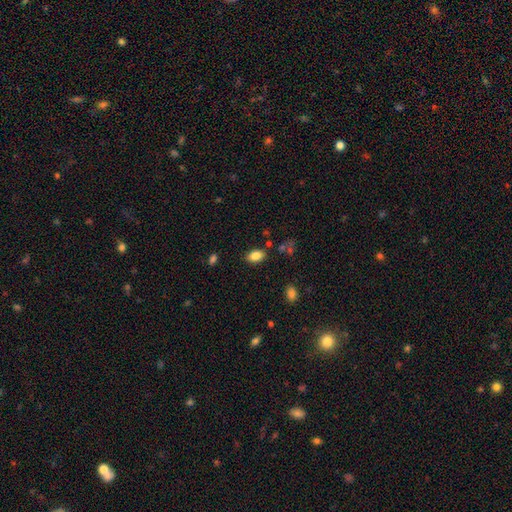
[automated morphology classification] This is clearly a smooth galaxy (84%). How rounded: clearly in between (89%). Merging: clearly none (82%).